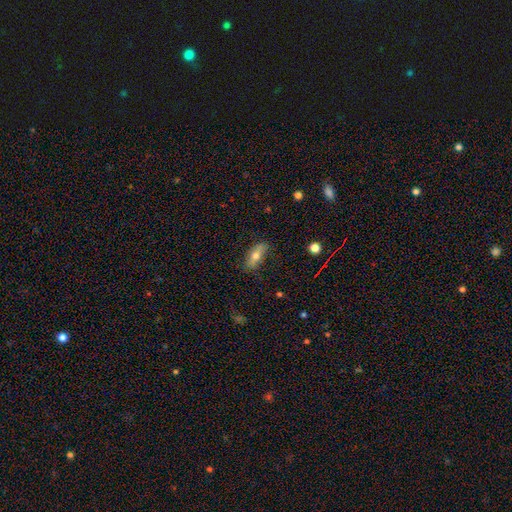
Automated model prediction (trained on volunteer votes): Smooth or featured: smooth — 61% (featured or disk — 32%)
How rounded: in between — 68% (cigar-shaped — 27%)
Merging: none — 78% (minor disturbance — 17%)